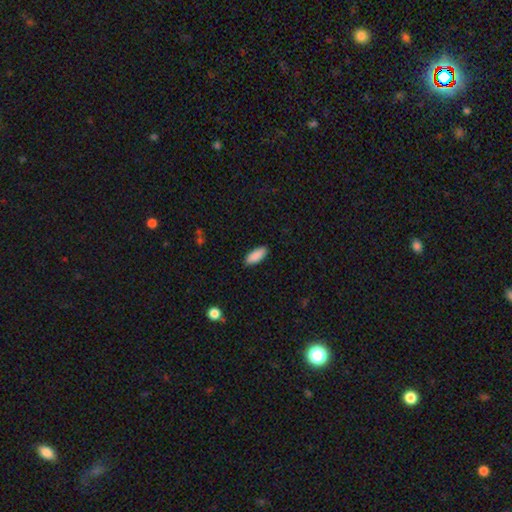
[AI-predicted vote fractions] smooth_or_featured: smooth (p=0.90) [alt: star or artifact p=0.06]
how_rounded: in between (p=0.78) [alt: cigar-shaped p=0.20]
merging: none (p=0.88) [alt: minor disturbance p=0.09]